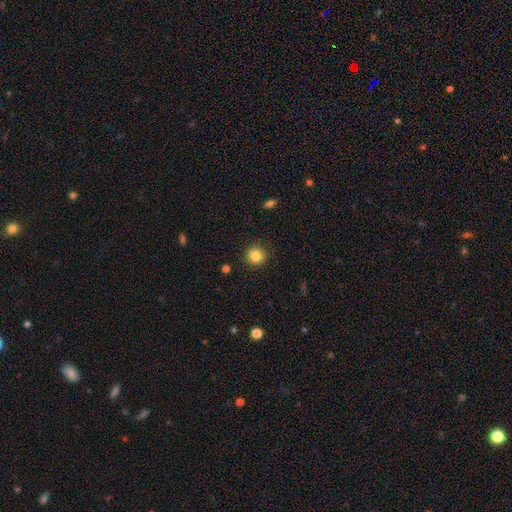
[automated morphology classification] Smooth or featured? Predicted: smooth (p=0.84). How rounded? Predicted: round (p=0.93). Merging? Predicted: none (p=0.90).